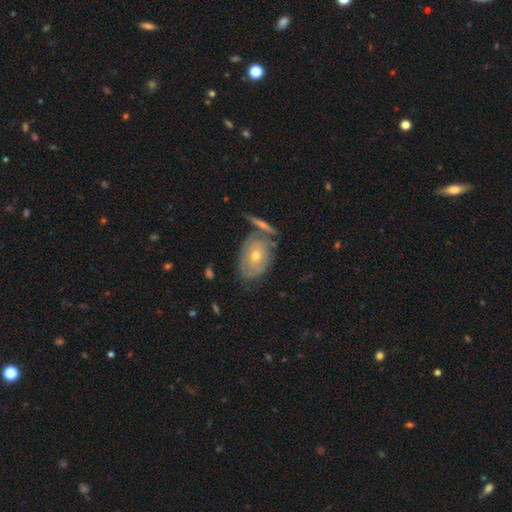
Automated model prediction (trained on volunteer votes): smooth_or_featured: featured or disk (p=0.58) [alt: smooth p=0.34]
disk_edge_on: no (p=0.88) [alt: yes p=0.12]
bar: no (p=0.85) [alt: weak p=0.12]
has_spiral_arms: yes (p=0.55) [alt: no p=0.45]
bulge_size: moderate (p=0.53) [alt: small p=0.43]
merging: none (p=0.58) [alt: minor disturbance p=0.19]